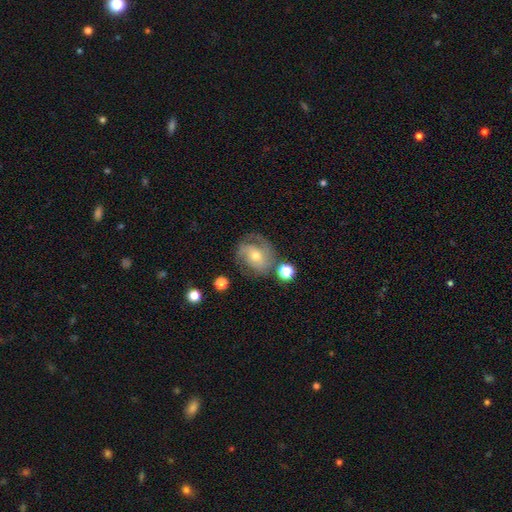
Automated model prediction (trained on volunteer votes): This appears to be a featured or disk galaxy (69%) with no bar (57%), 2 (49%) medium (42%) spiral arms (87%) and a moderate central bulge (48%). Merging: none (60%).